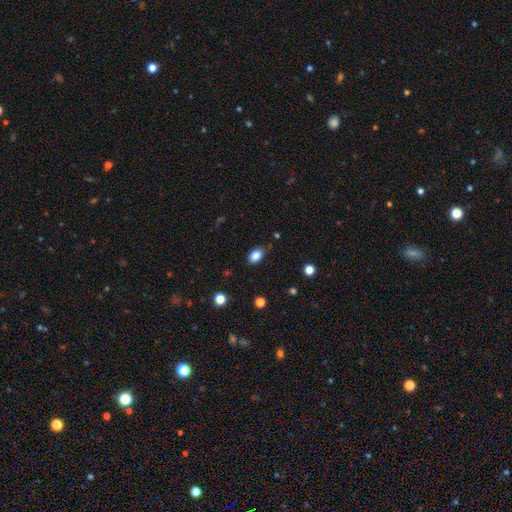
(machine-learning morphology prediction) Q: Smooth or featured?
A: smooth (86%); runner-up: star or artifact (9%)
Q: How rounded?
A: in between (86%); runner-up: round (13%)
Q: Merging?
A: none (82%); runner-up: minor disturbance (14%)